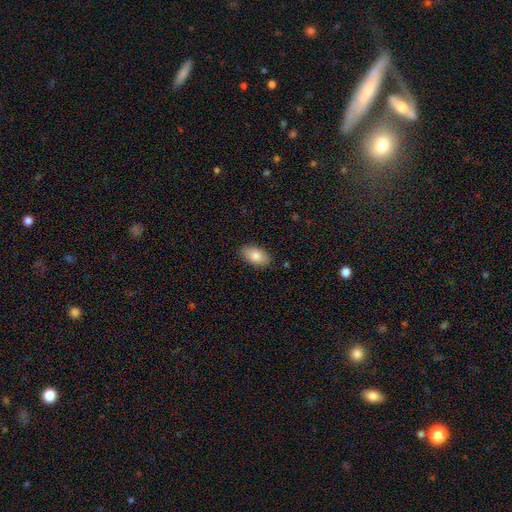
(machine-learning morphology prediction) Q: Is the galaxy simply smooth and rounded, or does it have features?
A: smooth — 83%.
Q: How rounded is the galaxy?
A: in between — 94%.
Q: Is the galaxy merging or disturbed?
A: none — 87%.